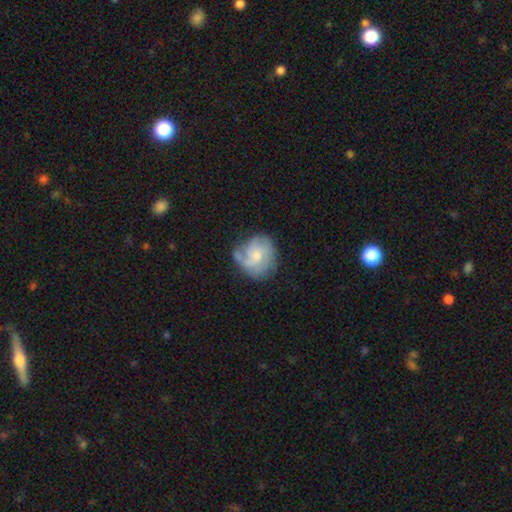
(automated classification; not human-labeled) Smooth or featured? featured or disk (68%)
Edge-on disk? no (98%)
Bar? no (72%)
Spiral arms? yes (85%)
Spiral winding? medium (40%)
Spiral arm count? can't tell (30%)
Bulge size? moderate (45%)
Merging? none (55%)